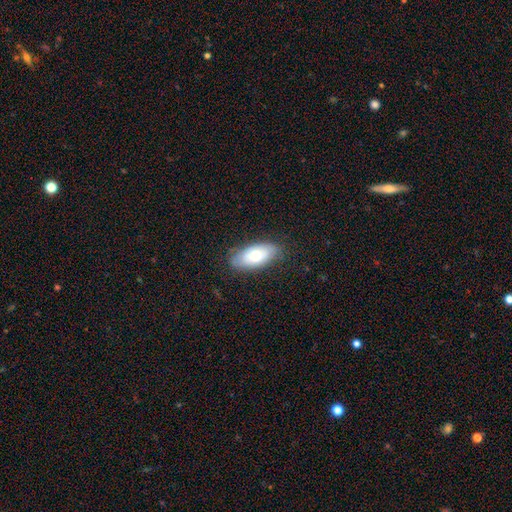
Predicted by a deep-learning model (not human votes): This is likely a smooth galaxy (61%). How rounded: clearly in between (89%). Merging: likely none (78%).